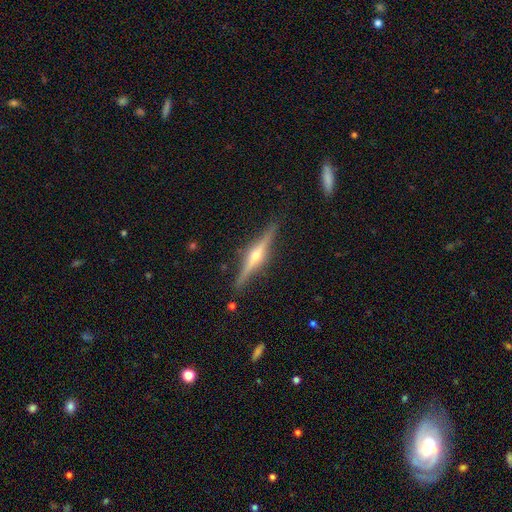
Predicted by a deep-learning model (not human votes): Q: Smooth or featured?
A: featured or disk (83%); runner-up: smooth (12%)
Q: Edge-on disk?
A: yes (98%); runner-up: no (2%)
Q: Edge-on bulge?
A: rounded (92%); runner-up: boxy (5%)
Q: Merging?
A: none (89%); runner-up: minor disturbance (8%)